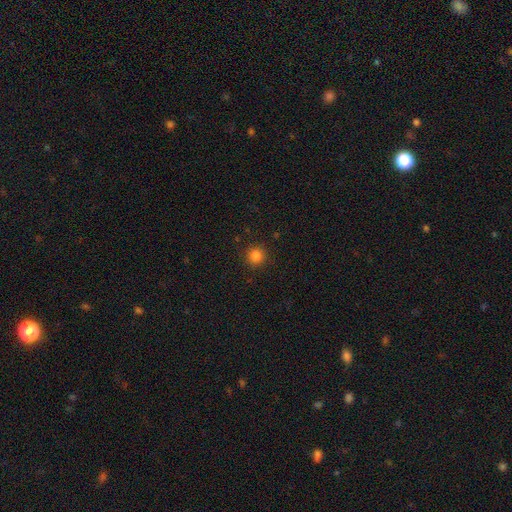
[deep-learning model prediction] smooth_or_featured: smooth (p=0.83) [alt: star or artifact p=0.13]
how_rounded: round (p=0.94) [alt: in between p=0.05]
merging: none (p=0.91) [alt: minor disturbance p=0.06]